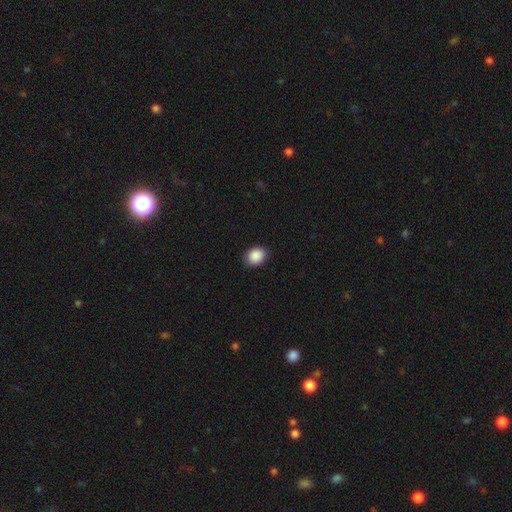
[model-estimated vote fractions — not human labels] The model was most divided on "how rounded": in between: 63%, round: 36%, cigar-shaped: 1%. More confident: smooth or featured — smooth (90%); merging — none (87%).